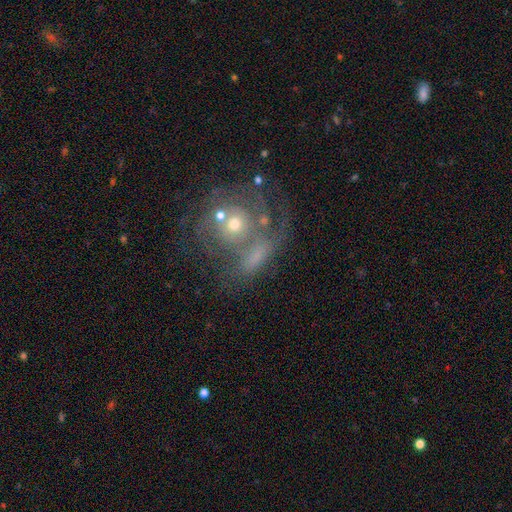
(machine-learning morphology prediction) A featured or disk galaxy (66%) with no bar (81%), spiral arms (69%) and a moderate central bulge (47%).

Vote fractions:
- Smooth or featured? featured or disk: 66% / smooth: 23% / star or artifact: 11%
- Edge-on disk? no: 95% / yes: 5%
- Bar? no: 81% / weak: 15% / strong: 5%
- Spiral arms? yes: 69% / no: 31%
- Bulge size? moderate: 47% / small: 43% / none: 4% / large: 4% / dominant: 2%
- Merging? none: 41% / merger: 29% / minor disturbance: 15% / major disturbance: 15%